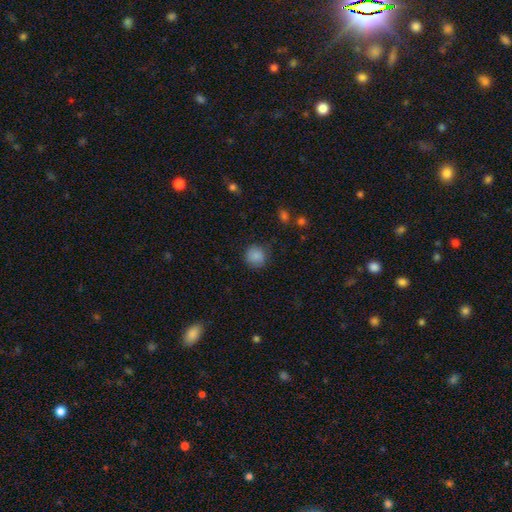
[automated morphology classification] This is clearly a smooth galaxy (87%). How rounded: clearly round (90%). Merging: clearly none (83%).